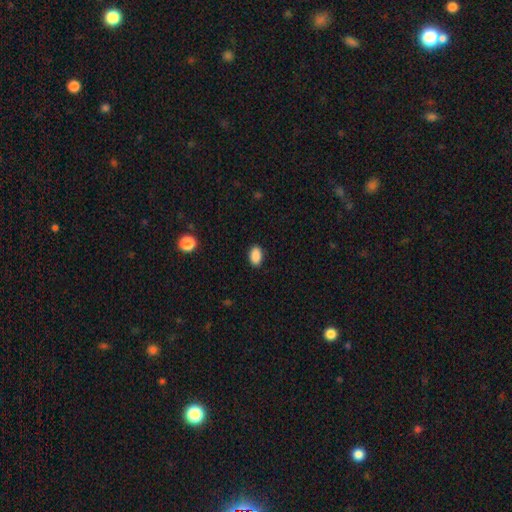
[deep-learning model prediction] Overall: smooth (89%). How rounded: in between (88%). Merging: none (88%).